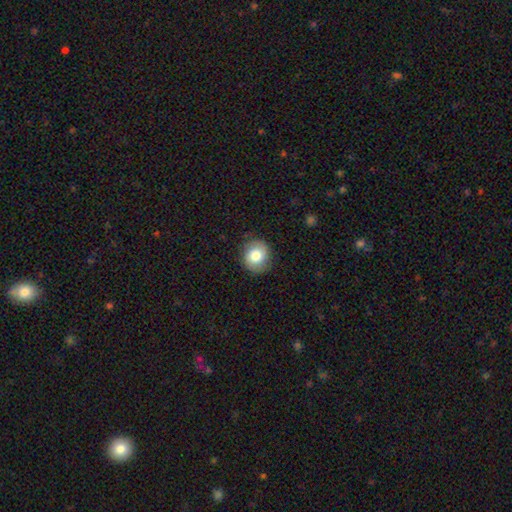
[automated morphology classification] smooth-or-featured: smooth: 75% | featured or disk: 17% | star or artifact: 8%
  how-rounded: round: 78% | in between: 21% | cigar-shaped: 1%
  merging: none: 84% | minor disturbance: 12% | major disturbance: 3% | merger: 1%